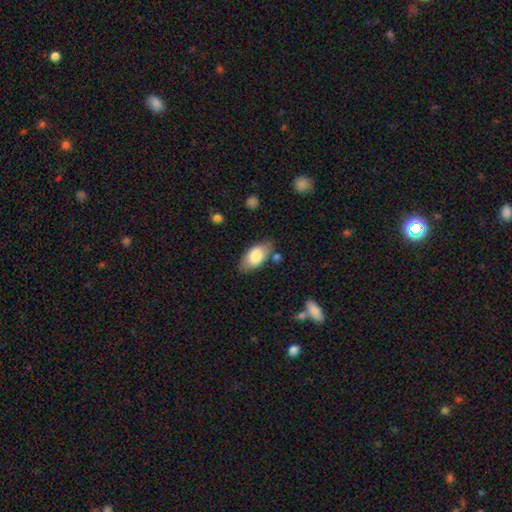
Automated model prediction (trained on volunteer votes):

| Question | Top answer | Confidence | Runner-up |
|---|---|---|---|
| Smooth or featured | smooth | 79% | featured or disk (15%) |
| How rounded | in between | 93% | cigar-shaped (5%) |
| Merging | none | 78% | minor disturbance (15%) |